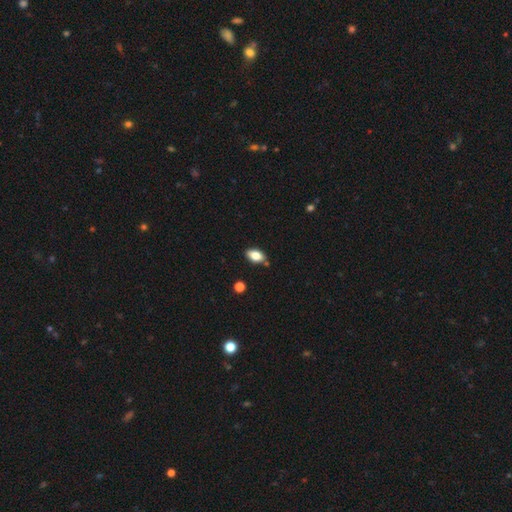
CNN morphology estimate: A smooth galaxy with no disk features (79%) that is in between round and cigar-shaped (90%). Merging: none (81%).